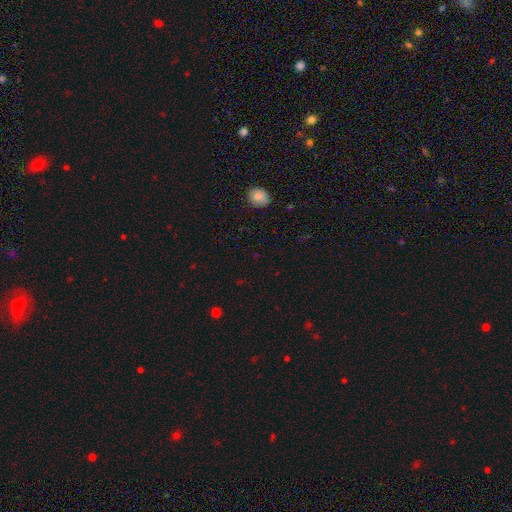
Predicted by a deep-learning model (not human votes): A star or artifact, not a galaxy (48%).